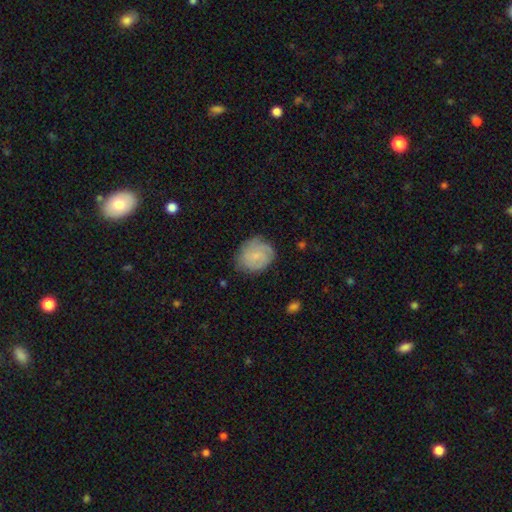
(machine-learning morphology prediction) A smooth galaxy with no disk features (51%) that is round (65%). Merging: none (71%).